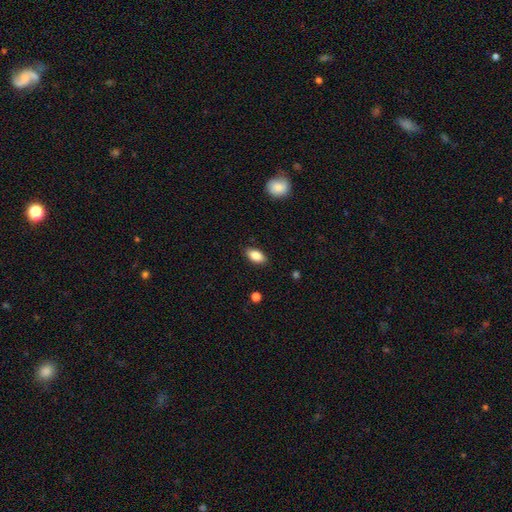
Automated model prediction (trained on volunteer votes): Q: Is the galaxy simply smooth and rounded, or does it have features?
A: smooth — 85%.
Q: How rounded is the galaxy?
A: in between — 90%.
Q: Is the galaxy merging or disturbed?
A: none — 87%.